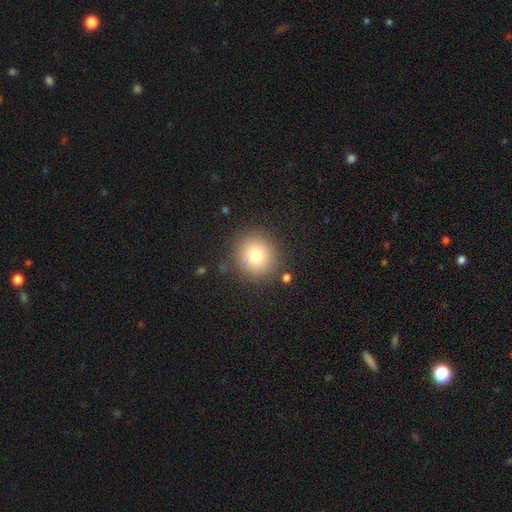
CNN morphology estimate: Smooth or featured? smooth (77%)
How rounded? round (91%)
Merging? none (85%)